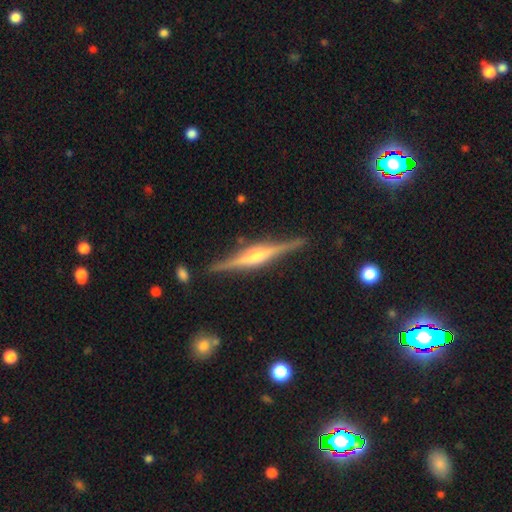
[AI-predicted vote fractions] Smooth or featured? Predicted: featured or disk (p=0.85). Edge-on disk? Predicted: yes (p=0.98). Edge-on bulge? Predicted: rounded (p=0.83). Merging? Predicted: none (p=0.90).